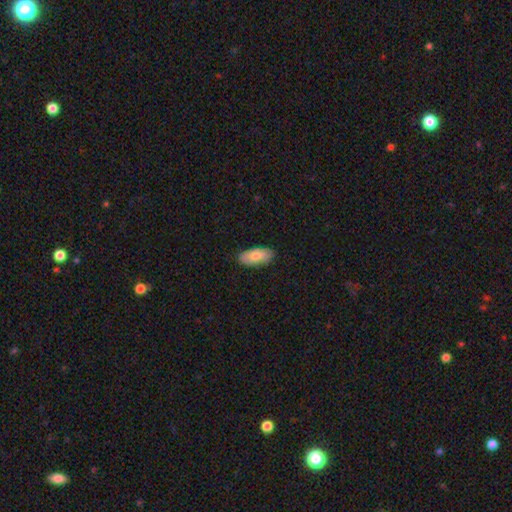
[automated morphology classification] type=smooth (80%); roundness=in between (89%); merging=none (88%).